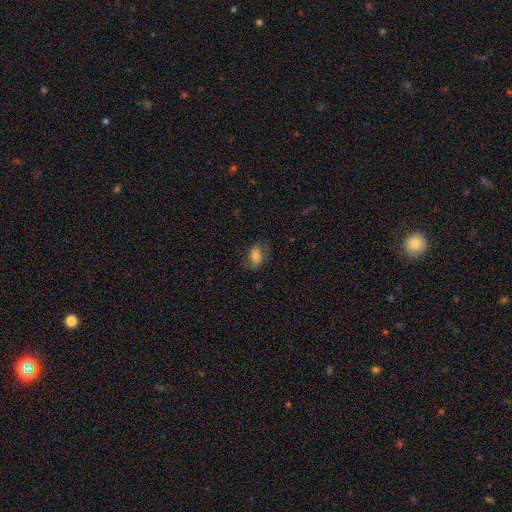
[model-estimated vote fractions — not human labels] smooth_or_featured: smooth (p=0.68) [alt: featured or disk p=0.23]
how_rounded: in between (p=0.85) [alt: round p=0.11]
merging: none (p=0.68) [alt: minor disturbance p=0.21]